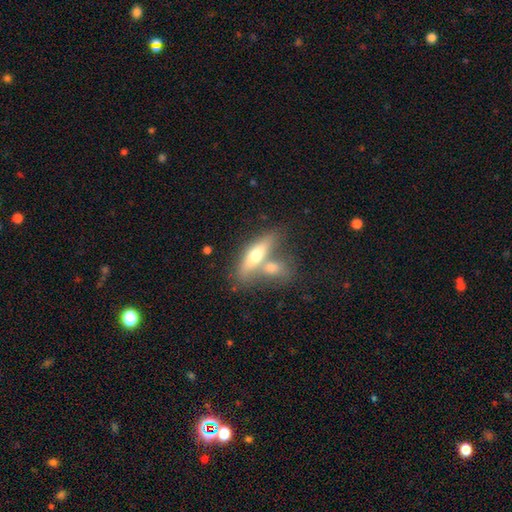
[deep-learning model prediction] Smooth or featured: smooth — 54% (featured or disk — 40%)
How rounded: cigar-shaped — 52% (in between — 44%)
Merging: merger — 48% (none — 38%)